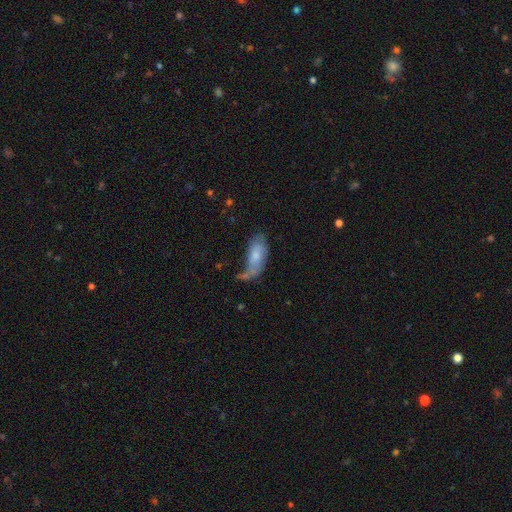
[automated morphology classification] A smooth galaxy with no disk features (63%) that is in between round and cigar-shaped (85%).

Vote fractions:
- Smooth or featured? smooth: 63% / featured or disk: 30% / star or artifact: 7%
- How rounded? in between: 85% / cigar-shaped: 12% / round: 3%
- Merging? none: 35% / minor disturbance: 28% / major disturbance: 25% / merger: 12%